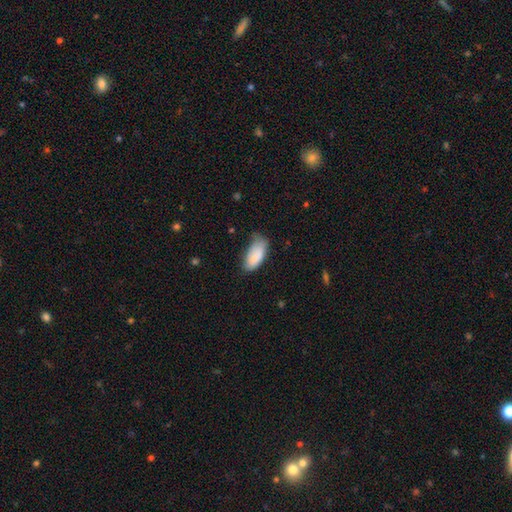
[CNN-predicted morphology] A smooth galaxy with no disk features (84%) that is in between round and cigar-shaped (89%). Merging: none (47%).